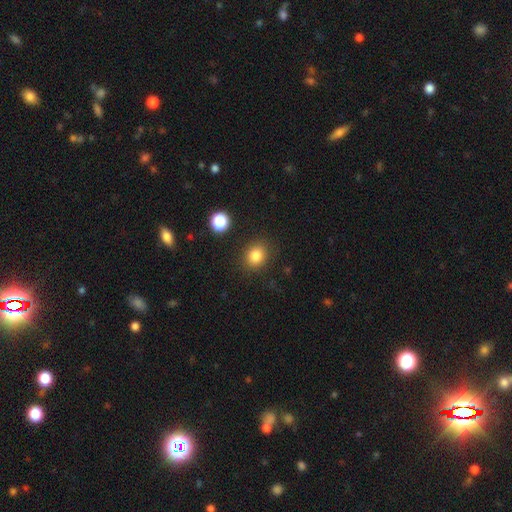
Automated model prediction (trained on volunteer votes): A smooth galaxy with no disk features (83%) that is round (71%). Merging: none (86%).